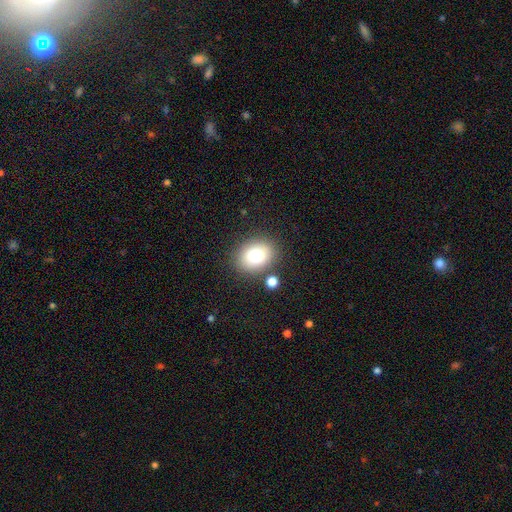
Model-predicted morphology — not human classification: A smooth galaxy with no disk features (76%) that is in between round and cigar-shaped (54%).

Vote fractions:
- Smooth or featured? smooth: 76% / featured or disk: 13% / star or artifact: 11%
- How rounded? in between: 54% / round: 45% / cigar-shaped: 1%
- Merging? none: 79% / minor disturbance: 11% / merger: 6% / major disturbance: 4%